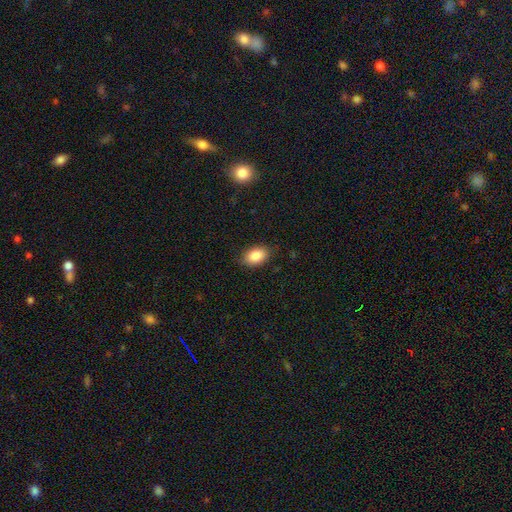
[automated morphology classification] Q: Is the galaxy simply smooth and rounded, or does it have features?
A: smooth — 86%.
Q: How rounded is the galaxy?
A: in between — 88%.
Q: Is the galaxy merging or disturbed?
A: none — 83%.